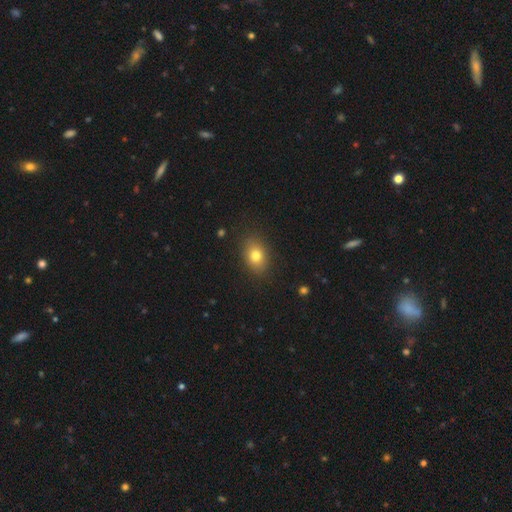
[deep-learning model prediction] Smooth or featured?
  - smooth: 78% *
  - star or artifact: 11%
  - featured or disk: 11%
How rounded?
  - in between: 68% *
  - round: 31%
  - cigar-shaped: 1%
Merging?
  - none: 86% *
  - minor disturbance: 10%
  - major disturbance: 3%
  - merger: 1%